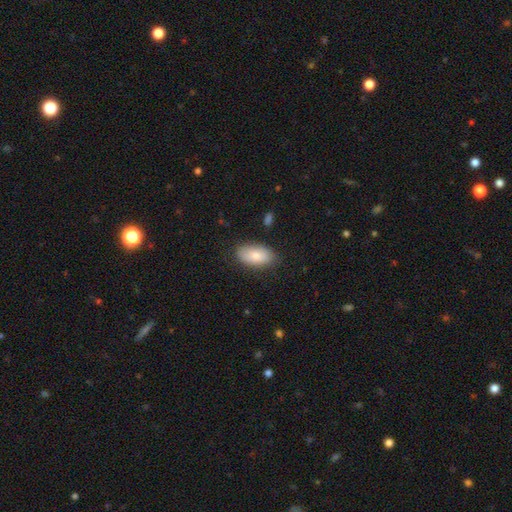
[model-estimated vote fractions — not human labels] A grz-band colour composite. It shows a smooth galaxy with no disk features (80%) that is in between round and cigar-shaped (94%). Merging: none (81%).